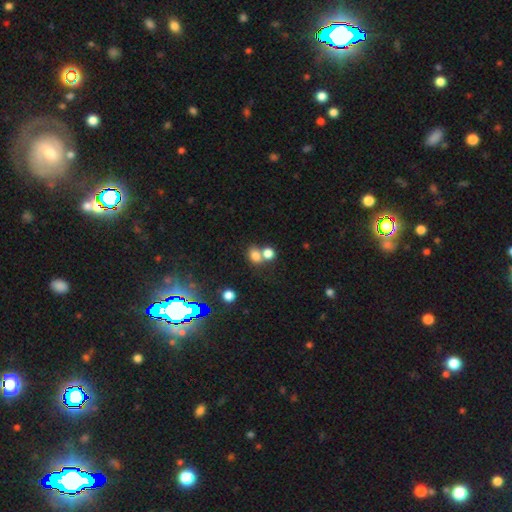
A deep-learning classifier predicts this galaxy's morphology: Smooth or featured?
  - smooth: 74% *
  - star or artifact: 16%
  - featured or disk: 10%
How rounded?
  - round: 53% *
  - in between: 46%
  - cigar-shaped: 1%
Merging?
  - merger: 51% *
  - none: 37%
  - minor disturbance: 8%
  - major disturbance: 4%